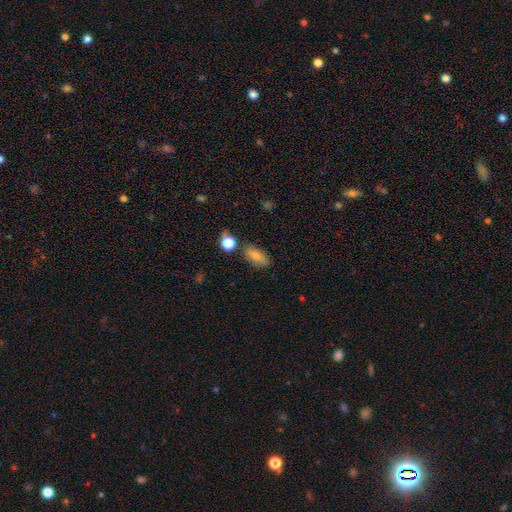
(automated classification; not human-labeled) Smooth or featured?
  - smooth: 80% *
  - featured or disk: 11%
  - star or artifact: 10%
How rounded?
  - in between: 83% *
  - cigar-shaped: 9%
  - round: 8%
Merging?
  - none: 73% *
  - minor disturbance: 16%
  - merger: 6%
  - major disturbance: 4%